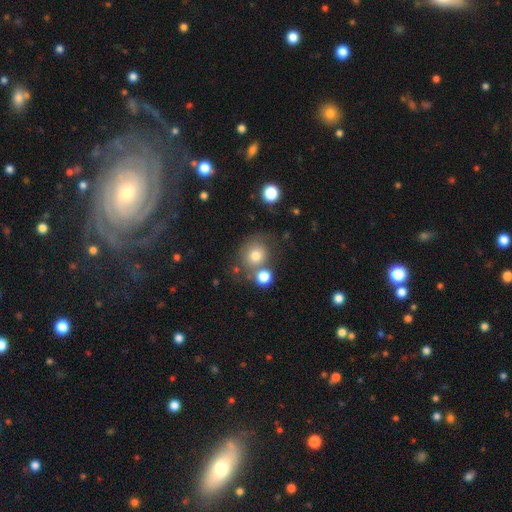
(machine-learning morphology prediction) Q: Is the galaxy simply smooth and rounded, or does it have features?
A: smooth — 75%.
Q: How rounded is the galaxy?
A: round — 81%.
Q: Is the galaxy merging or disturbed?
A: none — 57%.